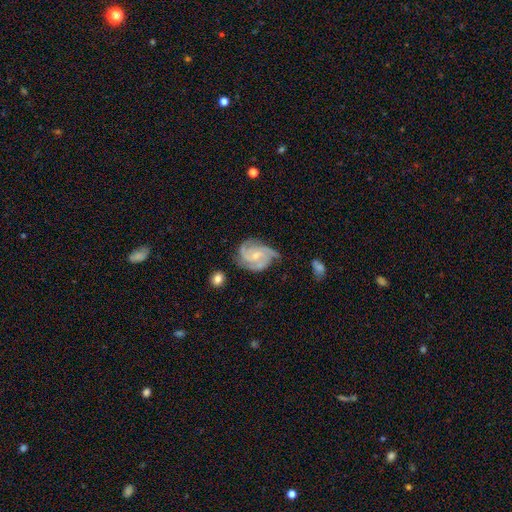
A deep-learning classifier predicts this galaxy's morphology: This is clearly a featured or disk galaxy (89%). It is clearly not viewed edge-on (98%). Bar: likely no (62%). Spiral arm pattern: clearly yes (98%). Spiral arm count: likely 3 (60%). Spiral winding: possibly tight (47%). Central bulge: likely small (64%). Merging: likely none (63%).